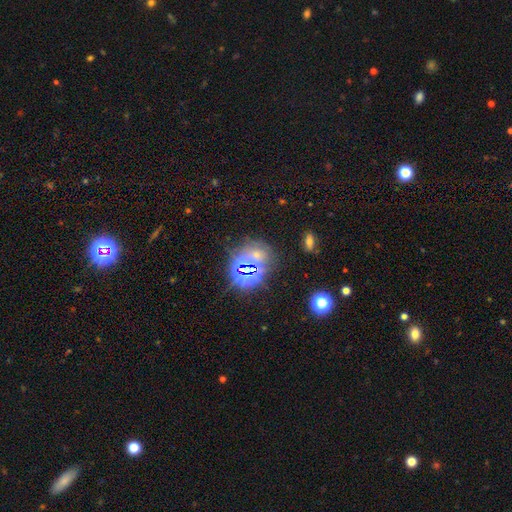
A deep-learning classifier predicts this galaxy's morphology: This is likely a star or artifact rather than a galaxy (67%).